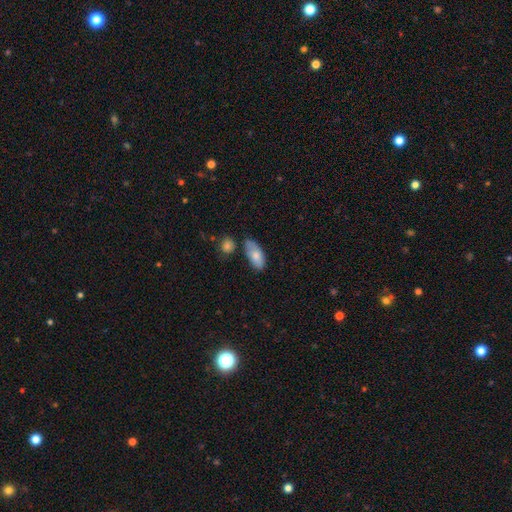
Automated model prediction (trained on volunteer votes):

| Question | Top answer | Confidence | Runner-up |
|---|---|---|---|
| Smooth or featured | smooth | 78% | featured or disk (15%) |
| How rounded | in between | 89% | cigar-shaped (8%) |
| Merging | none | 59% | minor disturbance (25%) |